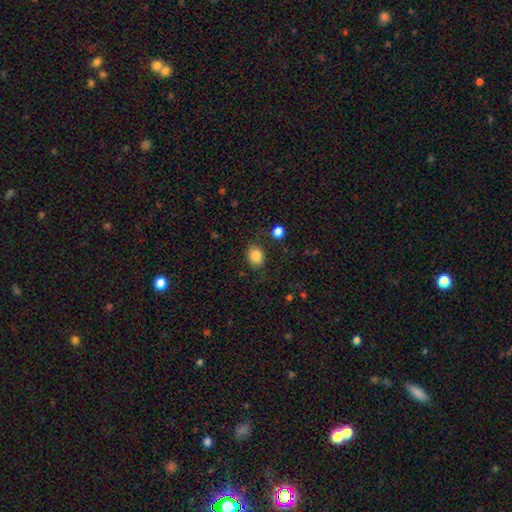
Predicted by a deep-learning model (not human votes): Overall: smooth (84%). How rounded: in between (50%; round 49%). Merging: none (79%).